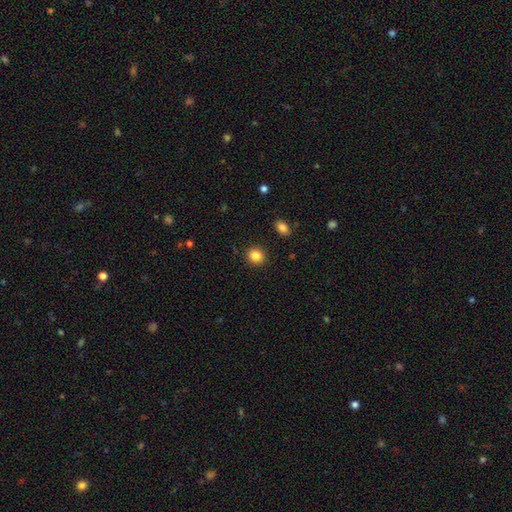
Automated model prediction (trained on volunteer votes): Smooth or featured? smooth (85%)
How rounded? round (83%)
Merging? none (90%)